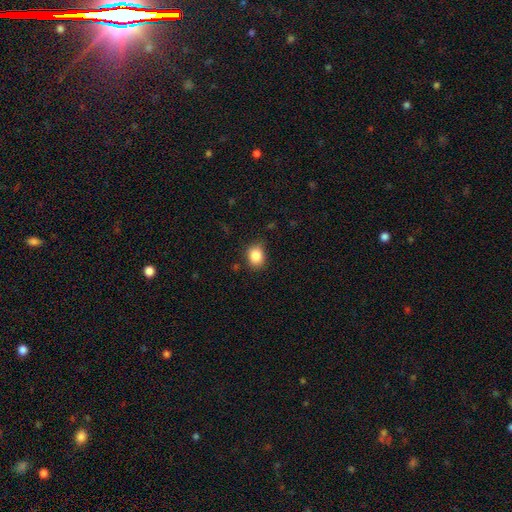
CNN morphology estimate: Smooth or featured? smooth (86%)
How rounded? round (50%)
Merging? none (79%)